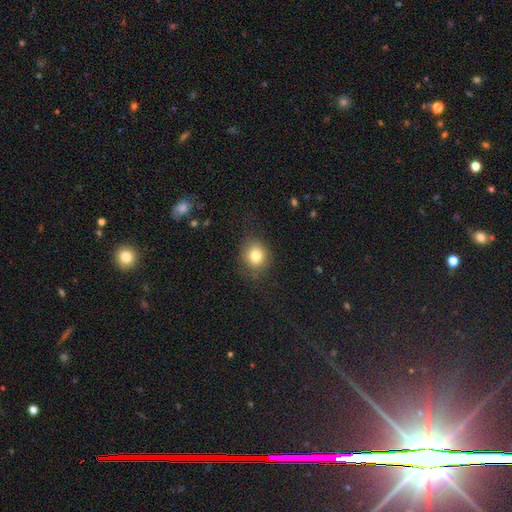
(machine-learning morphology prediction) A smooth galaxy with no disk features (79%) that is round (74%).

Vote fractions:
- Smooth or featured? smooth: 79% / star or artifact: 11% / featured or disk: 10%
- How rounded? round: 74% / in between: 25% / cigar-shaped: 1%
- Merging? none: 78% / minor disturbance: 15% / major disturbance: 6% / merger: 1%